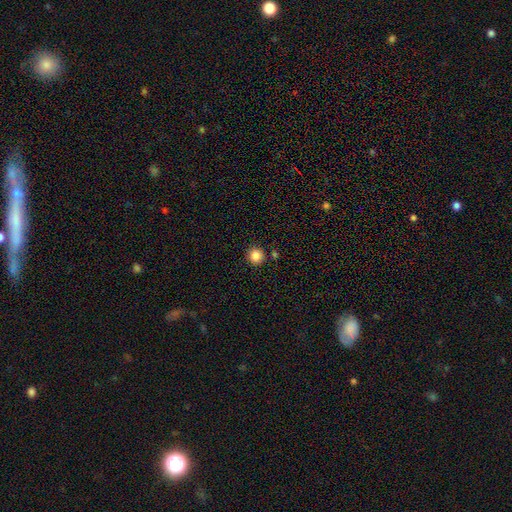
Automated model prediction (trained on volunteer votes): smooth 86%, star or artifact 11%, featured or disk 4%. Down the decision tree: how rounded — round (95%); merging — none (89%).